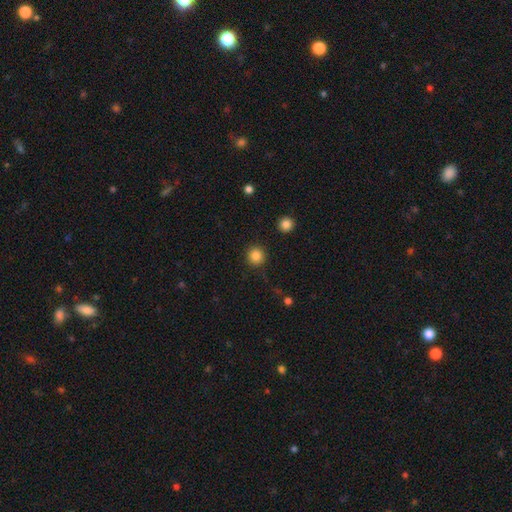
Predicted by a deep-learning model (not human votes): Smooth or featured? Predicted: smooth (p=0.85). How rounded? Predicted: round (p=0.94). Merging? Predicted: none (p=0.91).